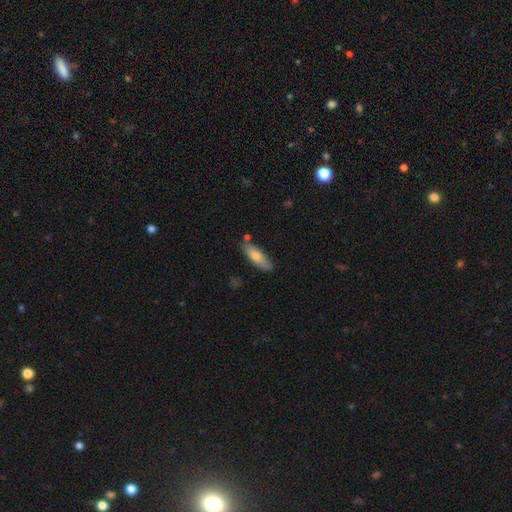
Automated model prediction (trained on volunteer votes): Overall: smooth (75%). How rounded: in between (58%; cigar-shaped 40%). Merging: none (73%).